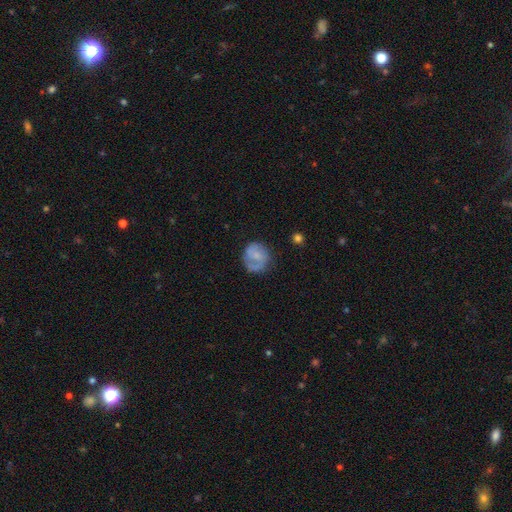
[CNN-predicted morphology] A smooth galaxy with no disk features (48%).

Vote fractions:
- Smooth or featured? smooth: 48% / featured or disk: 44% / star or artifact: 7%
- Merging? none: 61% / minor disturbance: 23% / major disturbance: 13% / merger: 2%